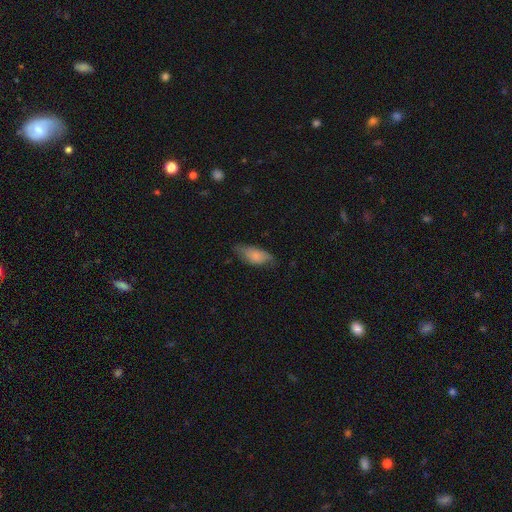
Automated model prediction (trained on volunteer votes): Morphology: type=smooth (76%); roundness=in between (88%); merging=none (58%).